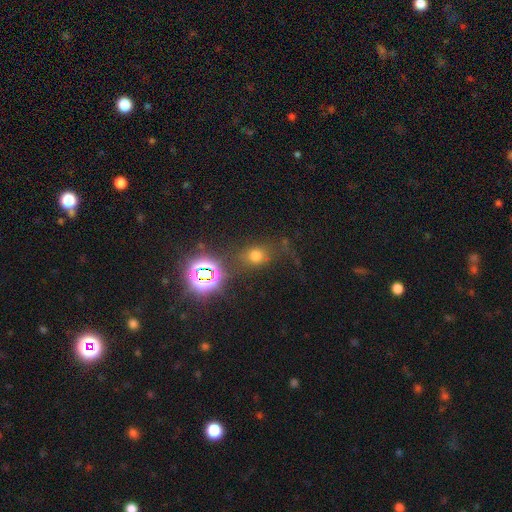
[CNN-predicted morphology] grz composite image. It shows a smooth galaxy with no disk features (60%) that is round (61%). Merging: none (69%).